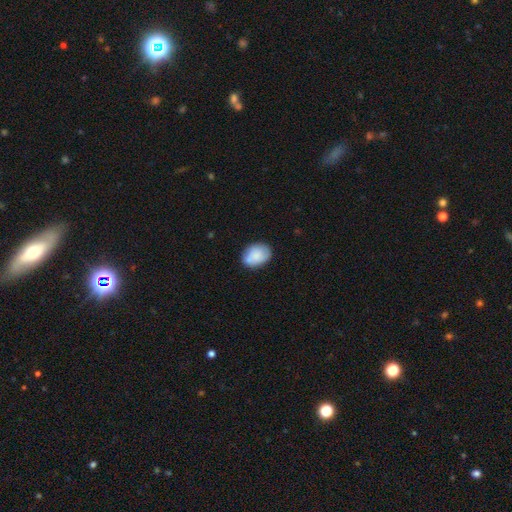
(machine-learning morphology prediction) smooth_or_featured: smooth (p=0.79) [alt: featured or disk p=0.14]
how_rounded: in between (p=0.71) [alt: round p=0.28]
merging: none (p=0.74) [alt: minor disturbance p=0.20]